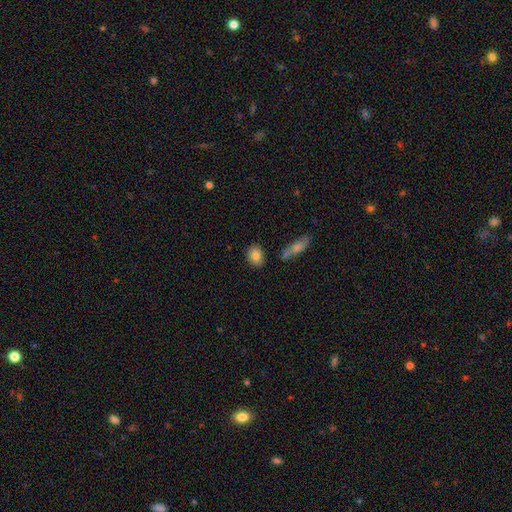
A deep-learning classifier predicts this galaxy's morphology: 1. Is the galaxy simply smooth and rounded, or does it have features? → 82% smooth, 10% featured or disk, 8% star or artifact.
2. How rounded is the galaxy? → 49% round, 48% in between, 2% cigar-shaped.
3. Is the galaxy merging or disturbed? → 83% none, 10% minor disturbance, 5% merger, 2% major disturbance.